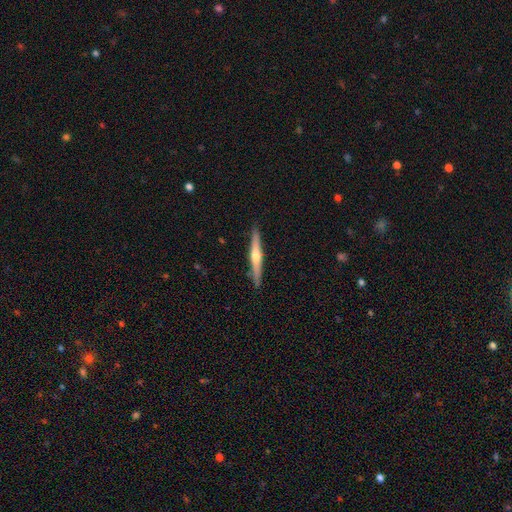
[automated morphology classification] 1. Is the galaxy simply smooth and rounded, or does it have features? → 63% featured or disk, 31% smooth, 5% star or artifact.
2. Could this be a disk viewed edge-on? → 97% yes, 3% no.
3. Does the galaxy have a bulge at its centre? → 86% rounded, 10% none, 5% boxy.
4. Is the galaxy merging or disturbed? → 90% none, 8% minor disturbance, 1% major disturbance, 1% merger.